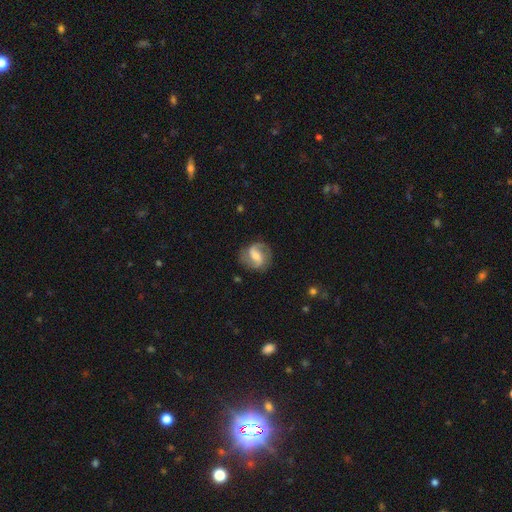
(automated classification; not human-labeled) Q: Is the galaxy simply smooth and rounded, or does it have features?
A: featured or disk — 81%.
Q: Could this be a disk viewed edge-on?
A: no — 97%.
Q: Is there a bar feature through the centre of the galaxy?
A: weak — 46%.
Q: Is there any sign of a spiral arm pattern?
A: yes — 94%.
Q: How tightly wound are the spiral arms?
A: medium — 45%.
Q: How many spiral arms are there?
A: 2 — 90%.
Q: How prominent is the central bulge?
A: moderate — 49%.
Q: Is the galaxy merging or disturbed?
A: none — 81%.